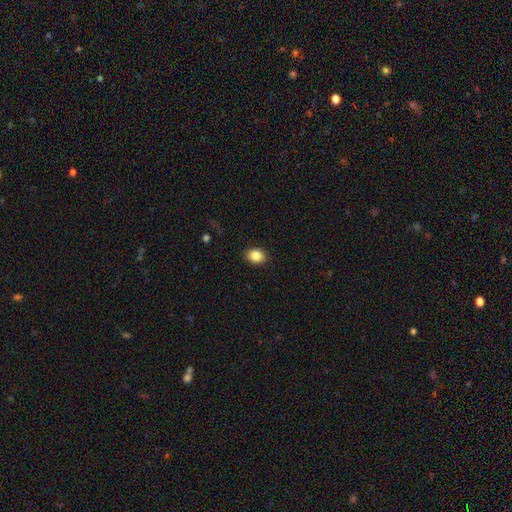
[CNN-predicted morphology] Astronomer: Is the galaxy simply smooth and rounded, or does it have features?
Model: smooth — 86%.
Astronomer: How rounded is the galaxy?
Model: in between — 60% (runner-up: round, 40%).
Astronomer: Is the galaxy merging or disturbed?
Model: none — 89%.